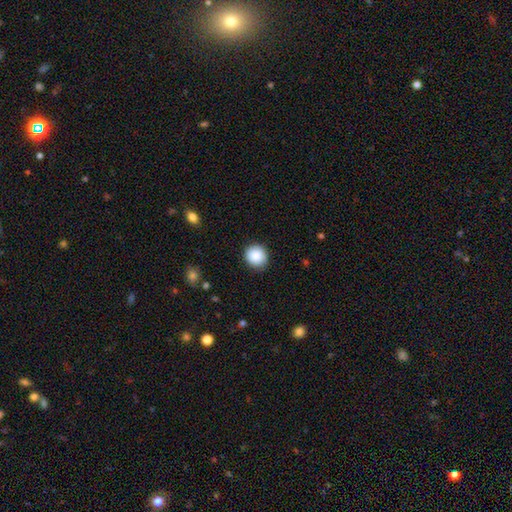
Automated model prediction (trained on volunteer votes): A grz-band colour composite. It shows a smooth galaxy with no disk features (88%) that is round (91%). Merging: none (89%).